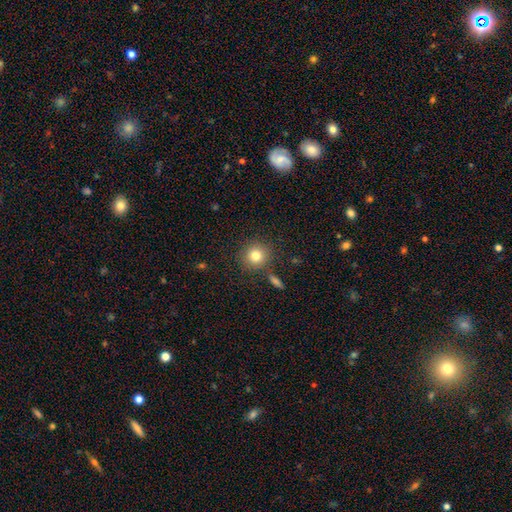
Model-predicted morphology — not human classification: Q: Smooth or featured?
A: smooth (80%); runner-up: star or artifact (11%)
Q: How rounded?
A: round (91%); runner-up: in between (8%)
Q: Merging?
A: none (83%); runner-up: minor disturbance (8%)